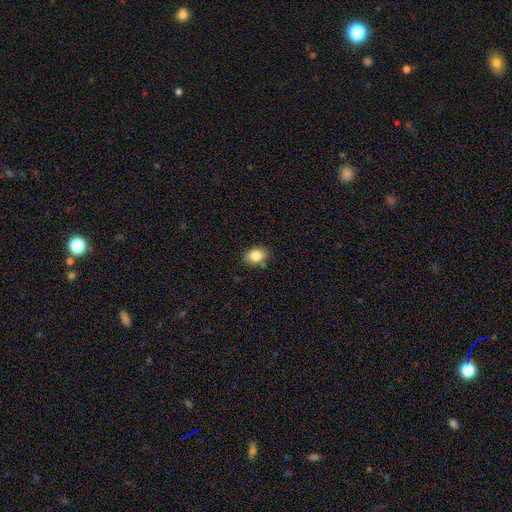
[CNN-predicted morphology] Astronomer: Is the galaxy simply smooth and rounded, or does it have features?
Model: smooth — 83%.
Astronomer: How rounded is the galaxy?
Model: in between — 73%.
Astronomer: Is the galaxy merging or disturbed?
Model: none — 79%.